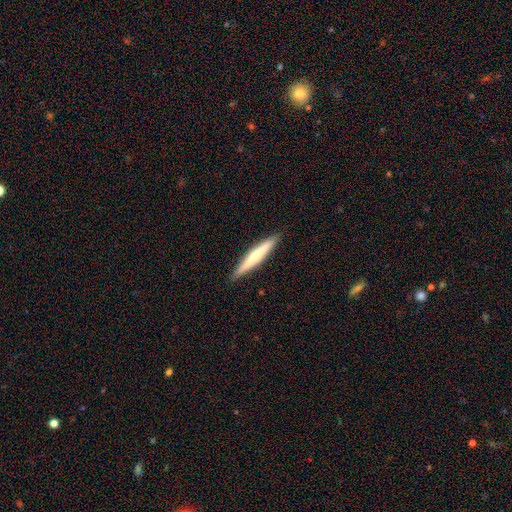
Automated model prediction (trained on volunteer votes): Overall: smooth (51%; featured or disk 44%). How rounded: cigar-shaped (95%). Merging: none (91%).